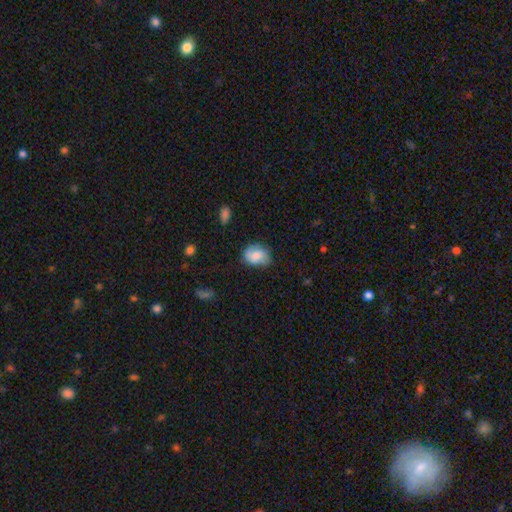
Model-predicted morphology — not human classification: Q: Smooth or featured?
A: smooth (79%); runner-up: featured or disk (14%)
Q: How rounded?
A: in between (67%); runner-up: round (32%)
Q: Merging?
A: none (67%); runner-up: minor disturbance (26%)